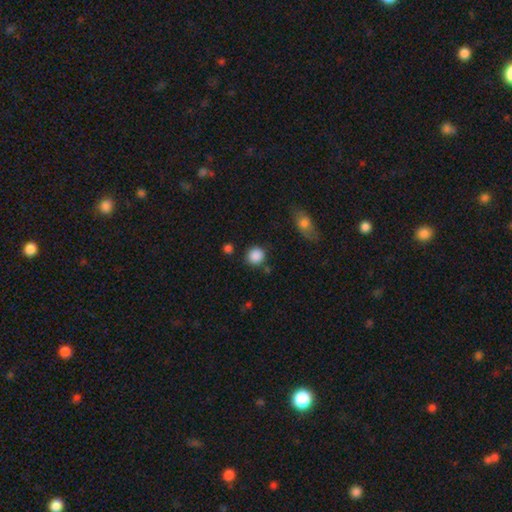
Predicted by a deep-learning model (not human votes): Q: Smooth or featured?
A: smooth (88%); runner-up: star or artifact (9%)
Q: How rounded?
A: round (87%); runner-up: in between (12%)
Q: Merging?
A: none (81%); runner-up: minor disturbance (10%)